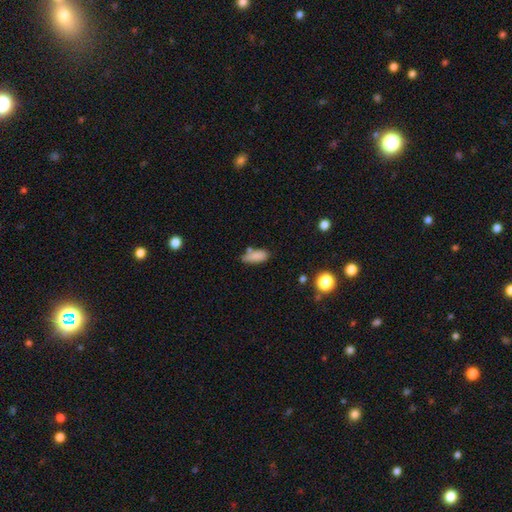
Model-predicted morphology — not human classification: The model was most divided on "merging": none: 57%, minor disturbance: 26%, merger: 11%, major disturbance: 7%. More confident: smooth or featured — smooth (83%); how rounded — in between (76%).